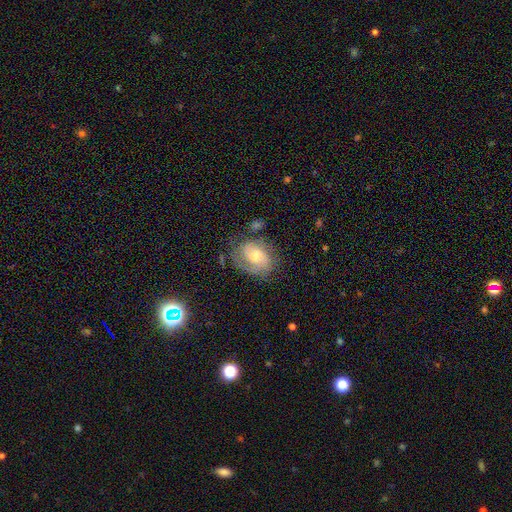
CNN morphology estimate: smooth-or-featured: featured or disk: 70% | smooth: 22% | star or artifact: 8%
  disk-edge-on: no: 97% | yes: 3%
    bar: no: 61% | weak: 33% | strong: 6%
    has-spiral-arms: yes: 89% | no: 11%
      spiral-winding: tight: 46% | medium: 38% | loose: 15%
      spiral-arm-count: 2: 47% | can't tell: 24% | 1: 17% | 3: 8% | 4: 2% | more than 4: 2%
    bulge-size: moderate: 59% | small: 34% | large: 4% | none: 2% | dominant: 1%
  merging: none: 59% | minor disturbance: 24% | major disturbance: 14% | merger: 3%